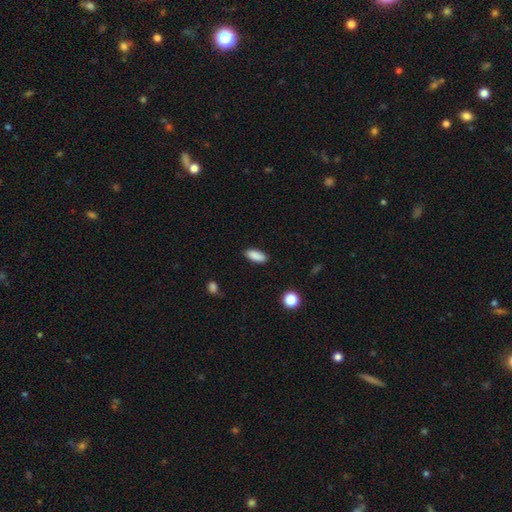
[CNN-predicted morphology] smooth-or-featured: smooth: 89% | star or artifact: 7% | featured or disk: 4%
  how-rounded: in between: 76% | cigar-shaped: 22% | round: 2%
  merging: none: 88% | minor disturbance: 9% | major disturbance: 2% | merger: 1%